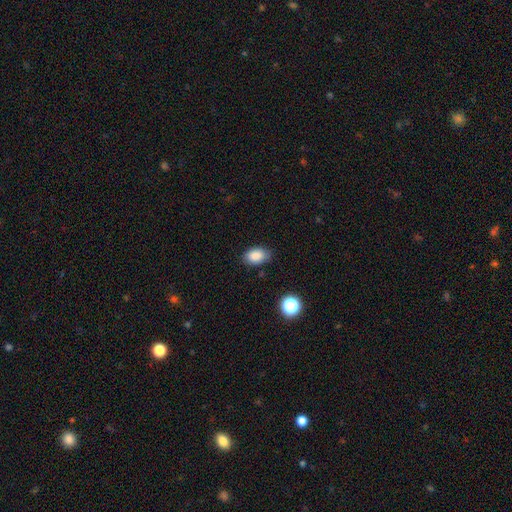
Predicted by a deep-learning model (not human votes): A smooth galaxy with no disk features (86%) that is in between round and cigar-shaped (89%). Merging: none (80%).